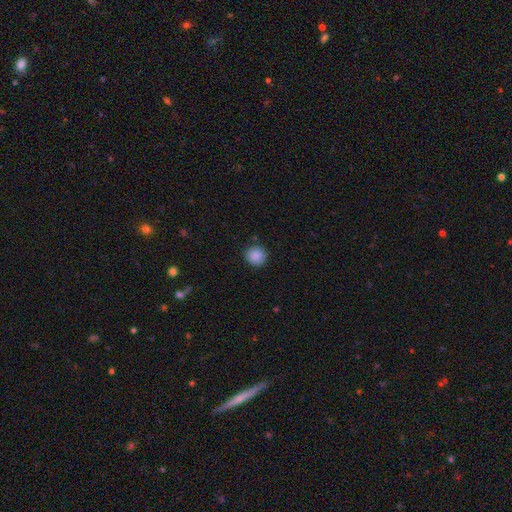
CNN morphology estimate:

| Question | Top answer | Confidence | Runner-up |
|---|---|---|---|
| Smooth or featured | smooth | 88% | star or artifact (8%) |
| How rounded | round | 91% | in between (8%) |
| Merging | none | 88% | minor disturbance (9%) |